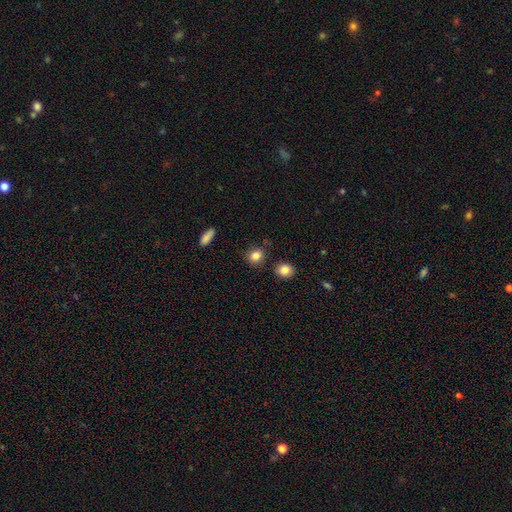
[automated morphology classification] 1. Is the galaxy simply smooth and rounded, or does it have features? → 85% smooth, 10% star or artifact, 5% featured or disk.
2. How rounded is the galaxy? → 76% round, 22% in between, 1% cigar-shaped.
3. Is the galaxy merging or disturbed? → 83% none, 10% minor disturbance, 5% merger, 3% major disturbance.